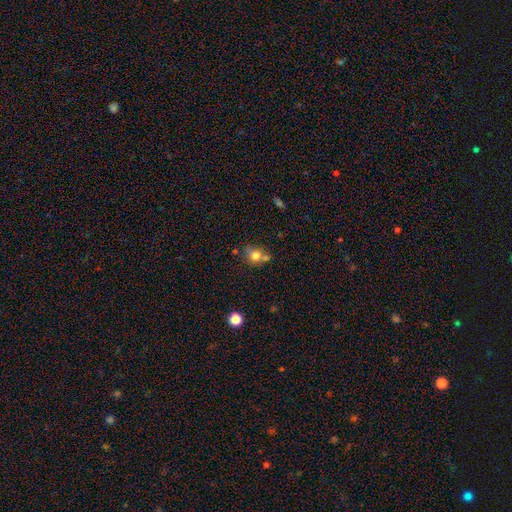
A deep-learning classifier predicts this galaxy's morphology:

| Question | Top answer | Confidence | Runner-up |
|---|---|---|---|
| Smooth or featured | smooth | 76% | featured or disk (12%) |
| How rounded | round | 72% | in between (26%) |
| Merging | none | 52% | merger (27%) |